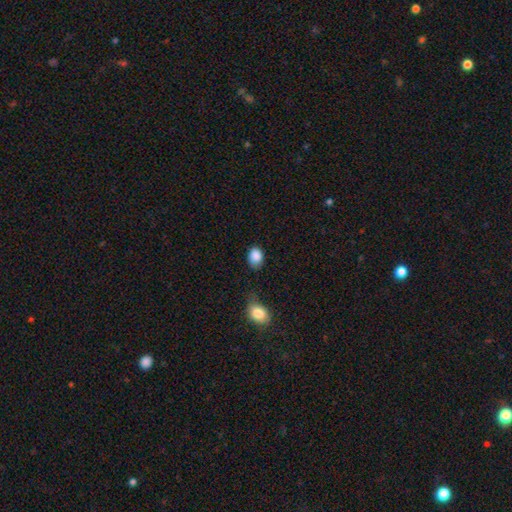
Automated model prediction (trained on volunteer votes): Smooth or featured? smooth (88%)
How rounded? in between (66%)
Merging? none (69%)